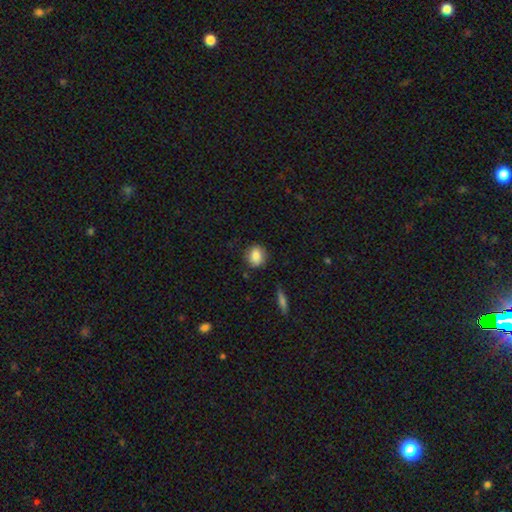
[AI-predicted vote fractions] Morphology: type=smooth (84%); roundness=round (69%); merging=none (80%).